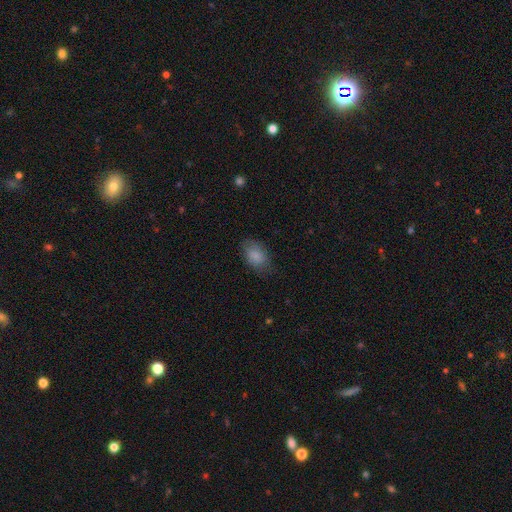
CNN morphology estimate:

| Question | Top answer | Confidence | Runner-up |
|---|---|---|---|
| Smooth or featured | smooth | 85% | featured or disk (7%) |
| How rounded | in between | 88% | round (11%) |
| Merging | none | 73% | minor disturbance (20%) |